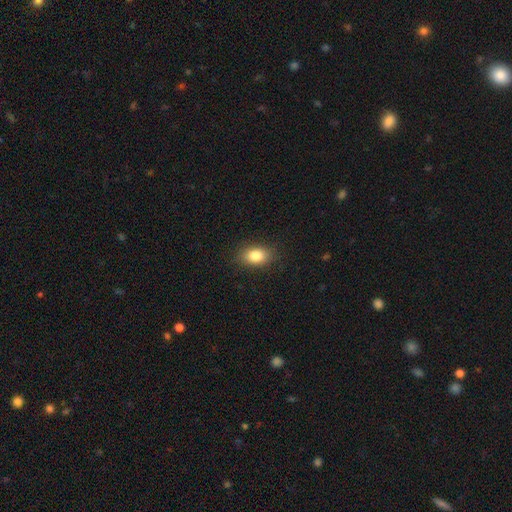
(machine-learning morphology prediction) Smooth or featured?
  - smooth: 84% *
  - star or artifact: 9%
  - featured or disk: 8%
How rounded?
  - in between: 84% *
  - round: 14%
  - cigar-shaped: 2%
Merging?
  - none: 87% *
  - minor disturbance: 9%
  - major disturbance: 3%
  - merger: 1%